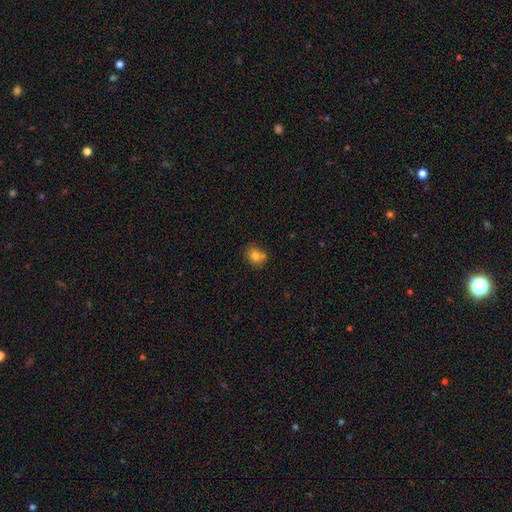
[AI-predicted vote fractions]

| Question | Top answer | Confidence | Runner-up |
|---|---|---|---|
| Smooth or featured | smooth | 78% | featured or disk (11%) |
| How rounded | round | 67% | in between (32%) |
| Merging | none | 59% | merger (23%) |